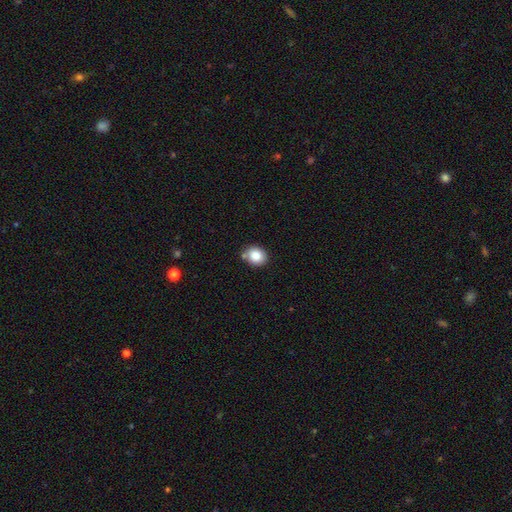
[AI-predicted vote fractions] Q: Smooth or featured?
A: smooth (85%); runner-up: star or artifact (9%)
Q: How rounded?
A: round (64%); runner-up: in between (35%)
Q: Merging?
A: none (74%); runner-up: minor disturbance (14%)